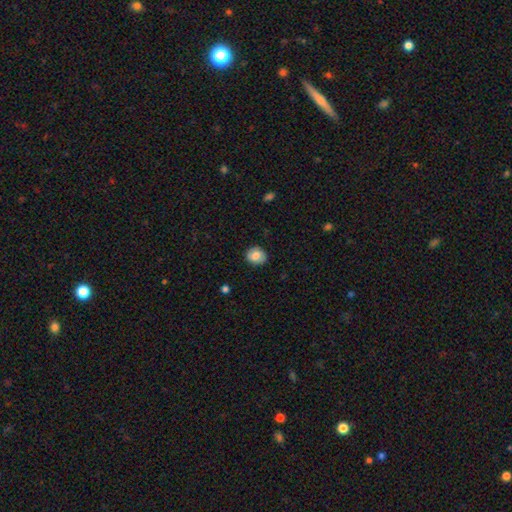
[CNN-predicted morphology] This is likely a smooth galaxy (79%). How rounded: likely round (62%). Merging: clearly none (83%).